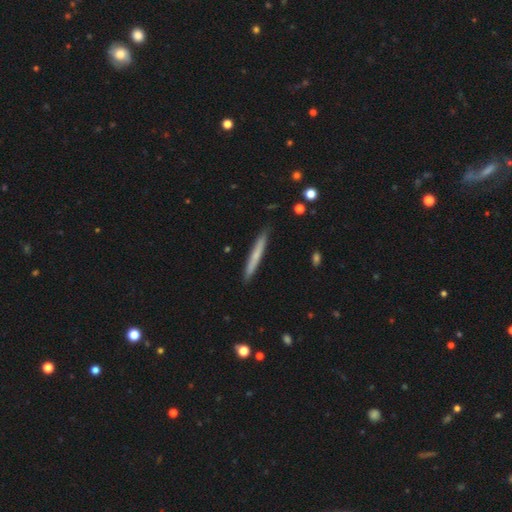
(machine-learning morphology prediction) type=smooth (59%); roundness=cigar-shaped (97%); merging=none (89%).